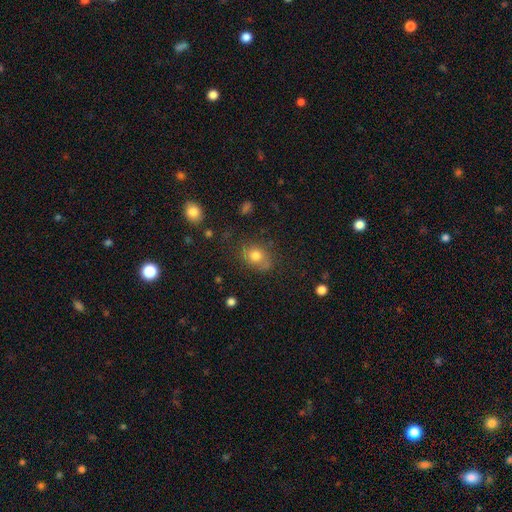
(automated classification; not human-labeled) smooth_or_featured: smooth (p=0.75) [alt: featured or disk p=0.14]
how_rounded: in between (p=0.54) [alt: round p=0.45]
merging: none (p=0.69) [alt: minor disturbance p=0.20]